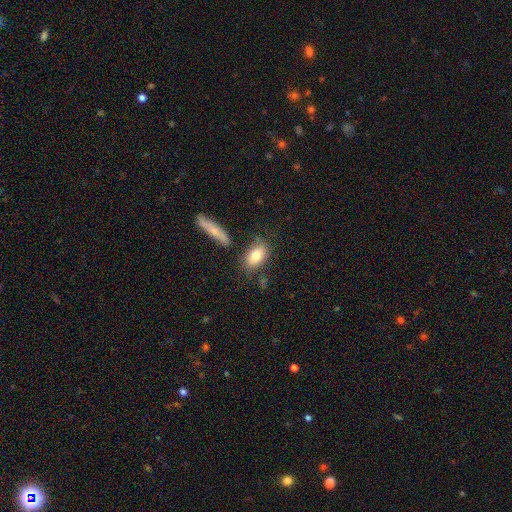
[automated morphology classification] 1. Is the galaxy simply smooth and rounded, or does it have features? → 79% smooth, 14% featured or disk, 7% star or artifact.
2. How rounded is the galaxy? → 86% in between, 9% round, 5% cigar-shaped.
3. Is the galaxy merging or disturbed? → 72% none, 15% minor disturbance, 9% merger, 4% major disturbance.